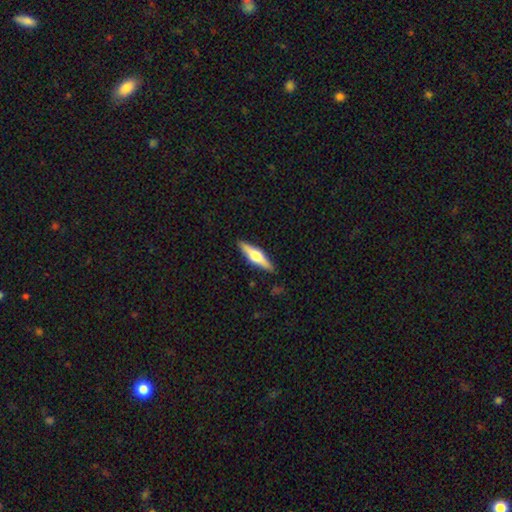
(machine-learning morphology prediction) This appears to be a featured or disk galaxy (60%) viewed edge-on (96%) with a rounded central bulge (92%). Merging: none (89%).